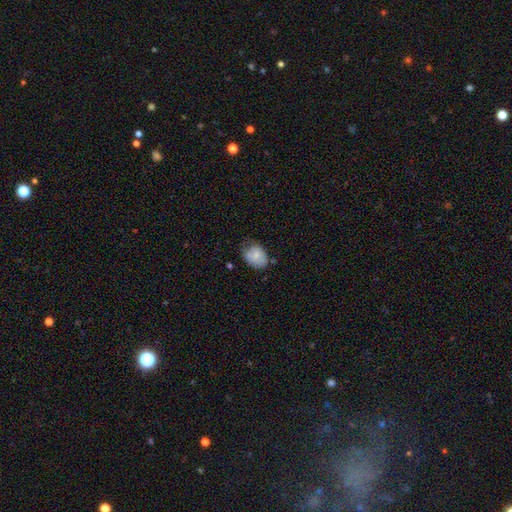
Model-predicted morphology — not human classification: This appears to be a smooth galaxy with no disk features (74%) that is in between round and cigar-shaped (66%). Merging: none (50%).